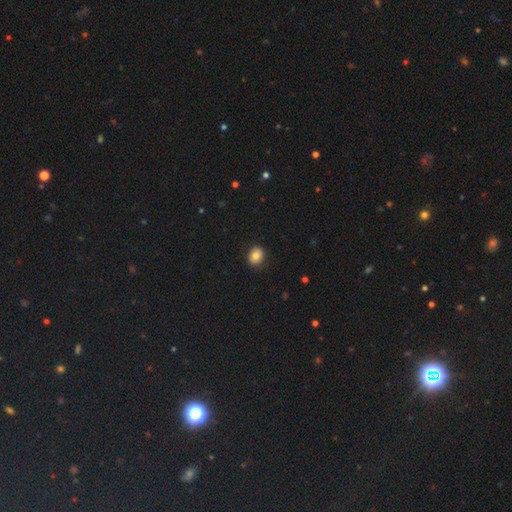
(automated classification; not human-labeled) This is clearly a smooth galaxy (81%). How rounded: likely round (60%). Merging: clearly none (87%).